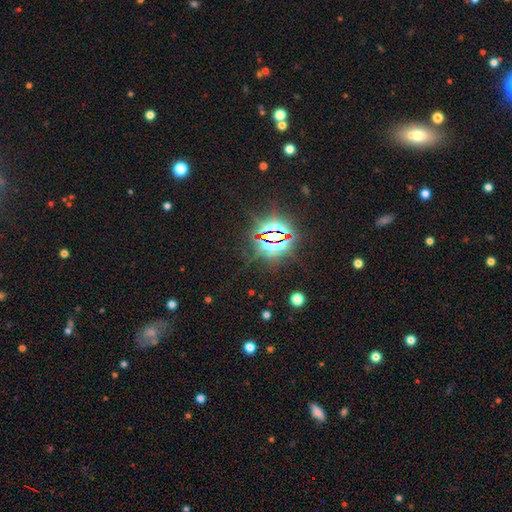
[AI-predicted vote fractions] Morphology: type=star or artifact (82%).